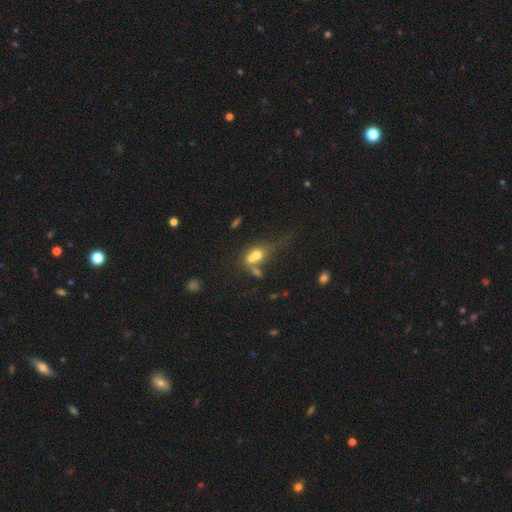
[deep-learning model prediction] smooth_or_featured: smooth (p=0.62) [alt: featured or disk p=0.25]
how_rounded: in between (p=0.50) [alt: round p=0.46]
merging: merger (p=0.57) [alt: none p=0.22]